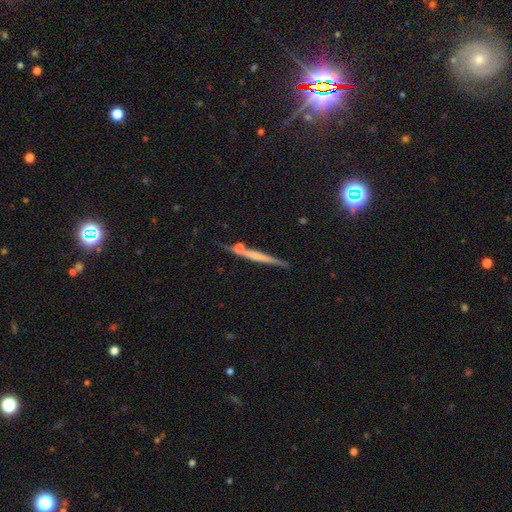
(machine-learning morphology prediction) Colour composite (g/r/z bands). It shows a featured or disk galaxy (56%) viewed edge-on (96%) with no central bulge (61%). Merging: none (71%).